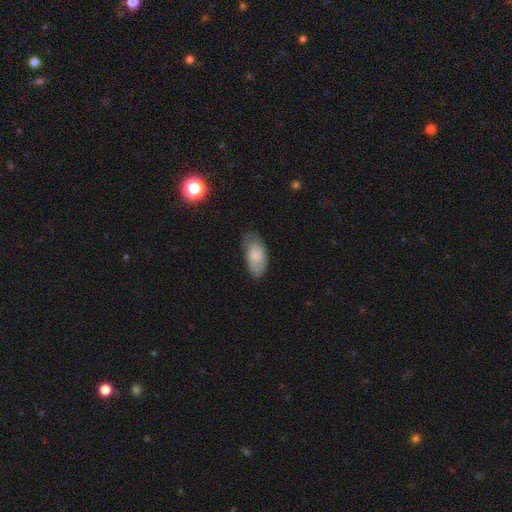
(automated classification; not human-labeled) A smooth galaxy with no disk features (68%) that is in between round and cigar-shaped (92%).

Vote fractions:
- Smooth or featured? smooth: 68% / featured or disk: 25% / star or artifact: 7%
- How rounded? in between: 92% / cigar-shaped: 4% / round: 3%
- Merging? none: 66% / minor disturbance: 26% / major disturbance: 7% / merger: 1%